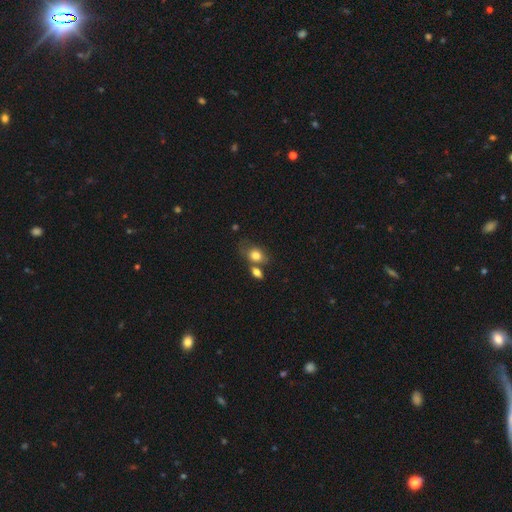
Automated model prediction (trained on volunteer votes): Smooth or featured? smooth (80%)
How rounded? in between (65%)
Merging? none (43%)